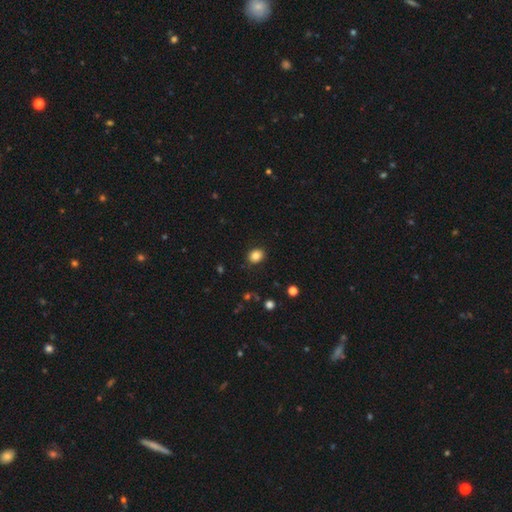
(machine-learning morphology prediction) The model was most divided on "how rounded": round: 52%, in between: 47%, cigar-shaped: 1%. More confident: merging — none (88%); smooth or featured — smooth (84%).